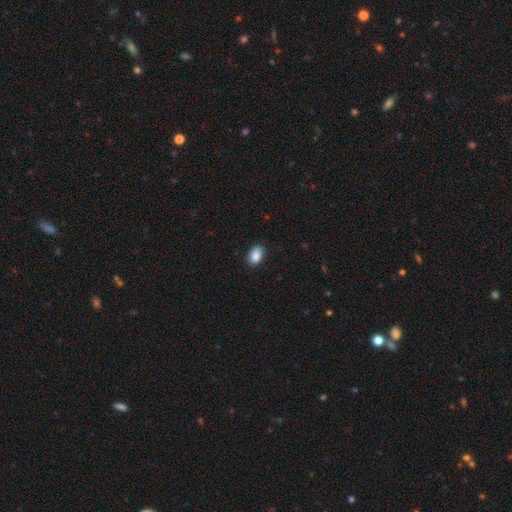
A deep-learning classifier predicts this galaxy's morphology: A smooth galaxy with no disk features (88%) that is in between round and cigar-shaped (84%). Merging: none (85%).